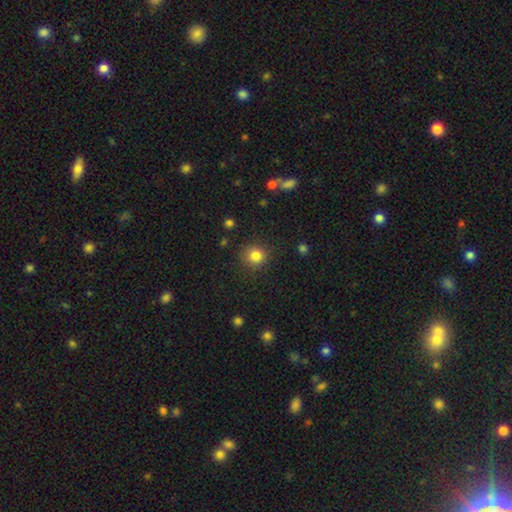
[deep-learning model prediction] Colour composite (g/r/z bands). It shows a smooth galaxy with no disk features (83%) that is round (91%). Merging: none (87%).